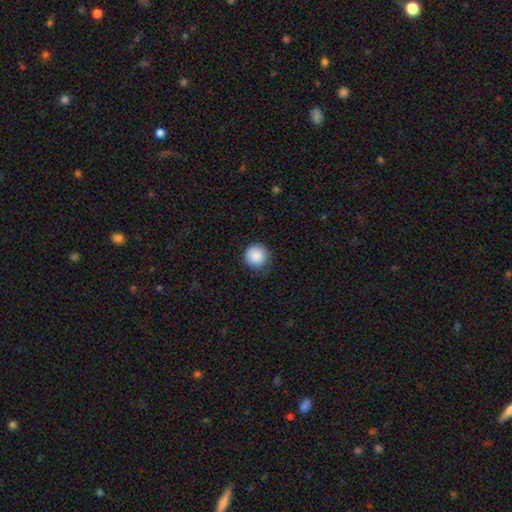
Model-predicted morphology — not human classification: smooth 88%, star or artifact 8%, featured or disk 3%. Down the decision tree: how rounded — round (96%); merging — none (85%).